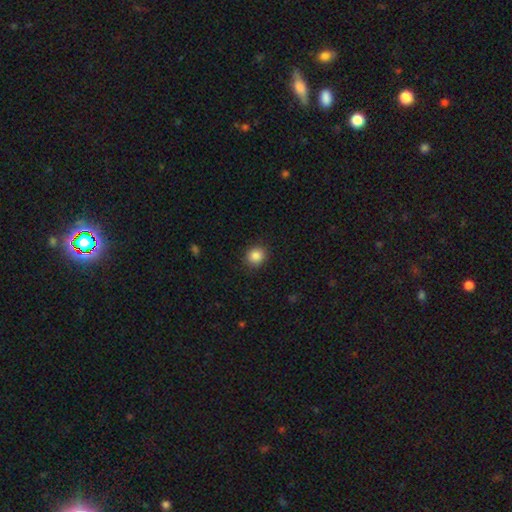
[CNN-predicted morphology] type=smooth (86%); roundness=round (82%); merging=none (89%).